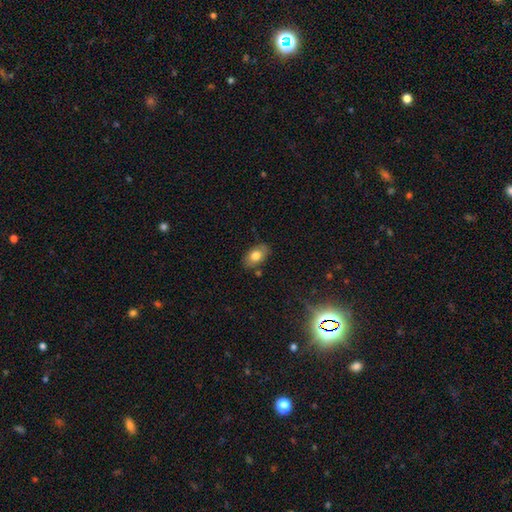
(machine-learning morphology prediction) This appears to be a smooth galaxy with no disk features (76%) that is in between round and cigar-shaped (90%). Merging: none (81%).